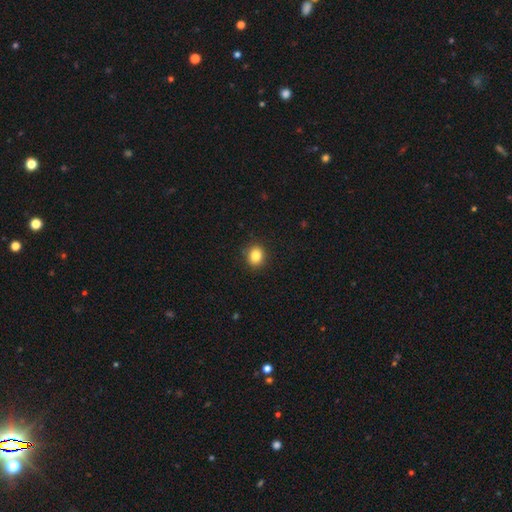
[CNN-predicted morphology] smooth-or-featured: smooth: 85% | star or artifact: 10% | featured or disk: 5%
  how-rounded: round: 73% | in between: 26% | cigar-shaped: 1%
  merging: none: 90% | minor disturbance: 7% | major disturbance: 2% | merger: 1%